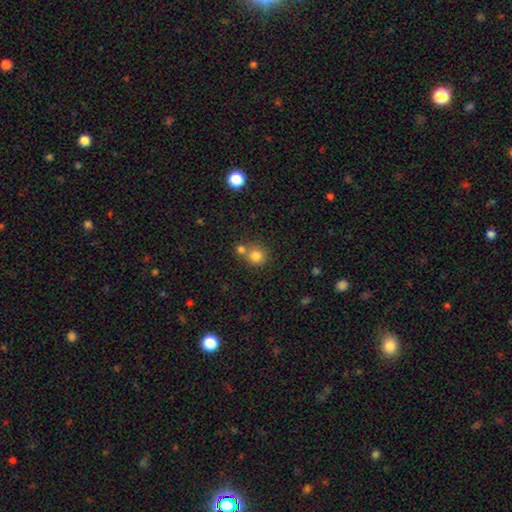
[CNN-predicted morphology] Smooth or featured: smooth — 82% (star or artifact — 12%)
How rounded: round — 90% (in between — 9%)
Merging: none — 57% (merger — 32%)